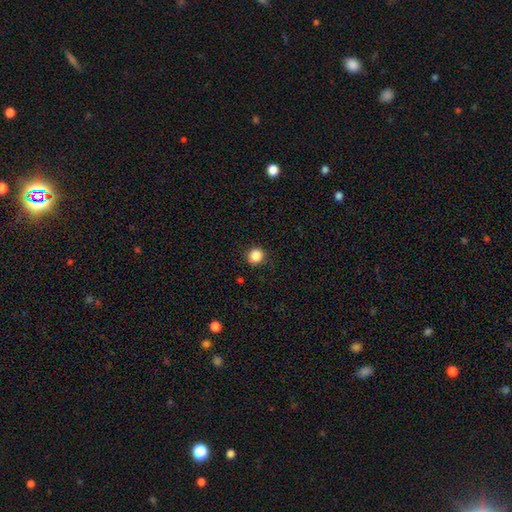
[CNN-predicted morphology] smooth_or_featured: smooth (p=0.86) [alt: star or artifact p=0.11]
how_rounded: round (p=0.90) [alt: in between p=0.09]
merging: none (p=0.88) [alt: minor disturbance p=0.08]